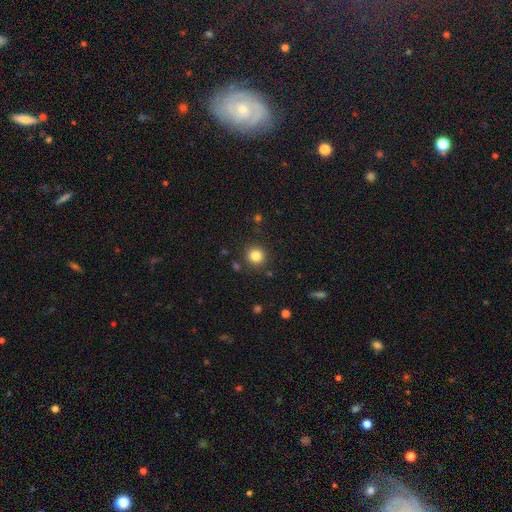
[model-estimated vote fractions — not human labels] This appears to be a smooth galaxy with no disk features (83%) that is round (92%). Merging: none (89%).